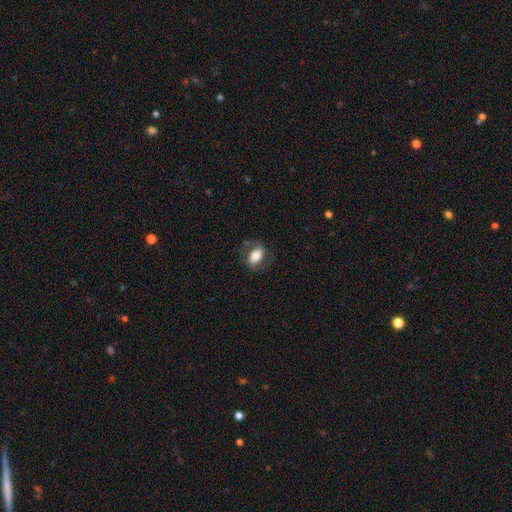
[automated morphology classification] A smooth galaxy with no disk features (64%) that is in between round and cigar-shaped (82%).

Vote fractions:
- Smooth or featured? smooth: 64% / featured or disk: 28% / star or artifact: 7%
- How rounded? in between: 82% / round: 16% / cigar-shaped: 2%
- Merging? none: 69% / minor disturbance: 18% / major disturbance: 12% / merger: 1%